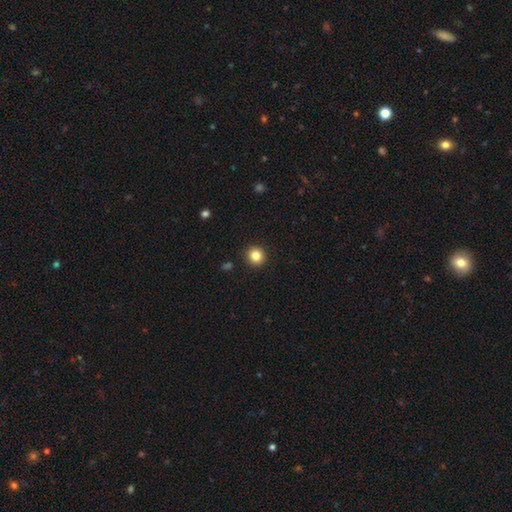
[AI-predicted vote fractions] Smooth or featured? Predicted: smooth (p=0.83). How rounded? Predicted: round (p=0.94). Merging? Predicted: none (p=0.92).